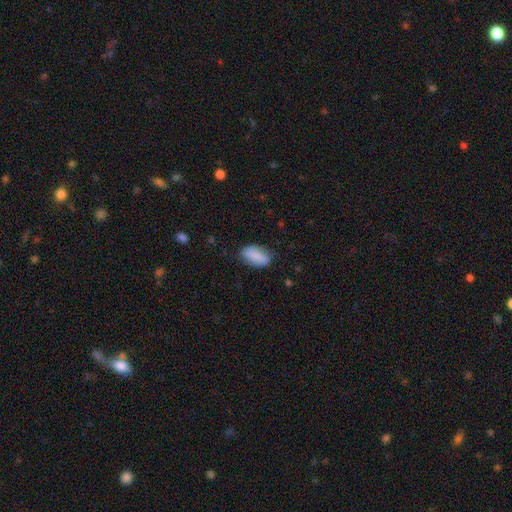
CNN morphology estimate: The model was most divided on "merging": none: 74%, minor disturbance: 19%, major disturbance: 5%, merger: 2%. More confident: how rounded — in between (88%); smooth or featured — smooth (81%).